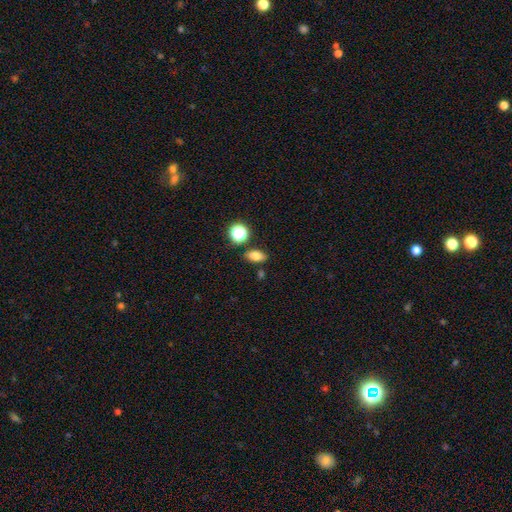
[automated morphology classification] Smooth or featured? Predicted: smooth (p=0.74). How rounded? Predicted: in between (p=0.79). Merging? Predicted: none (p=0.82).